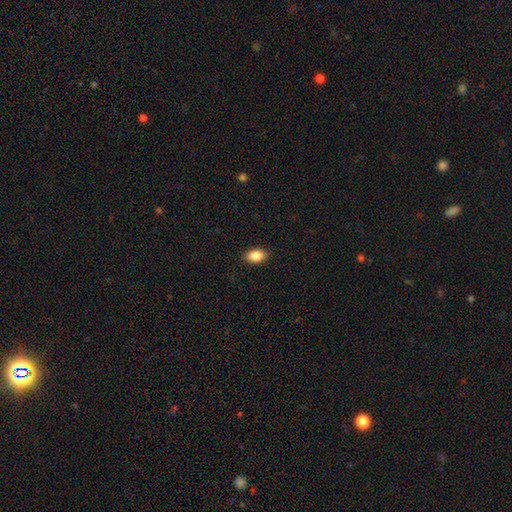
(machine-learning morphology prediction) A smooth galaxy with no disk features (86%) that is in between round and cigar-shaped (89%).

Vote fractions:
- Smooth or featured? smooth: 86% / star or artifact: 8% / featured or disk: 6%
- How rounded? in between: 89% / round: 9% / cigar-shaped: 2%
- Merging? none: 89% / minor disturbance: 8% / major disturbance: 2% / merger: 1%